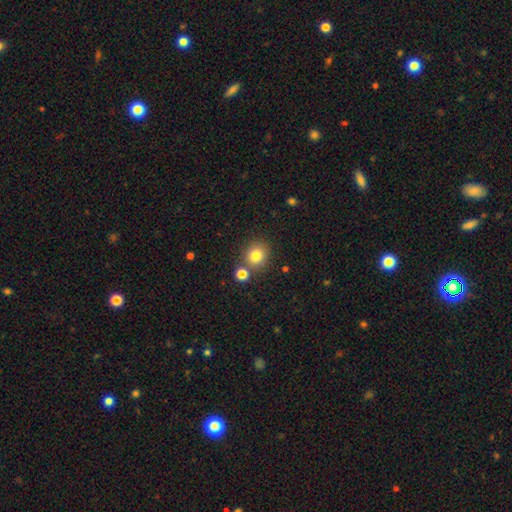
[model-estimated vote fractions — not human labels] Smooth or featured? Predicted: smooth (p=0.80). How rounded? Predicted: round (p=0.83). Merging? Predicted: none (p=0.76).